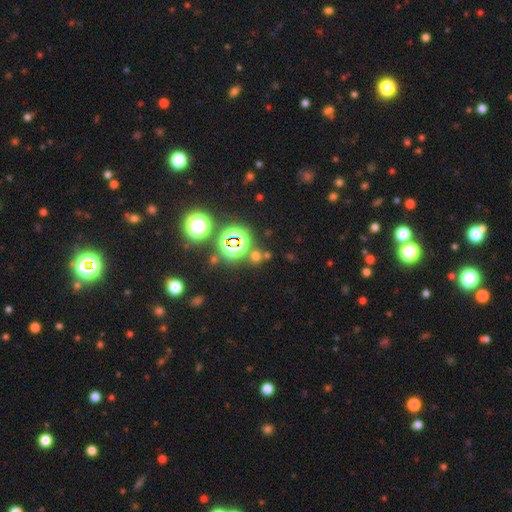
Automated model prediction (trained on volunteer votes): A star or artifact, not a galaxy (52%).